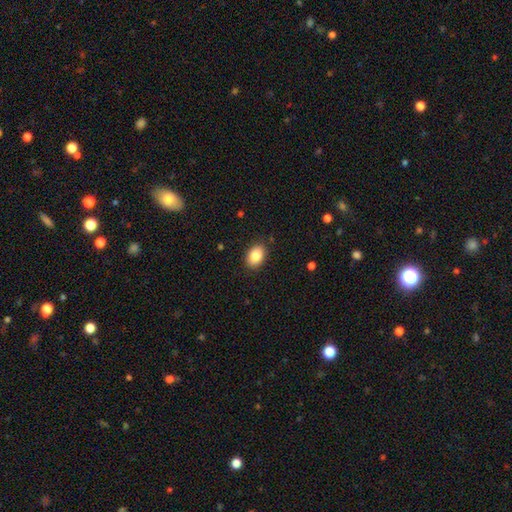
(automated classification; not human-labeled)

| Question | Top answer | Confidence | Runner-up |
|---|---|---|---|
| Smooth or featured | smooth | 86% | star or artifact (8%) |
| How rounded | in between | 81% | round (18%) |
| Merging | none | 87% | minor disturbance (9%) |